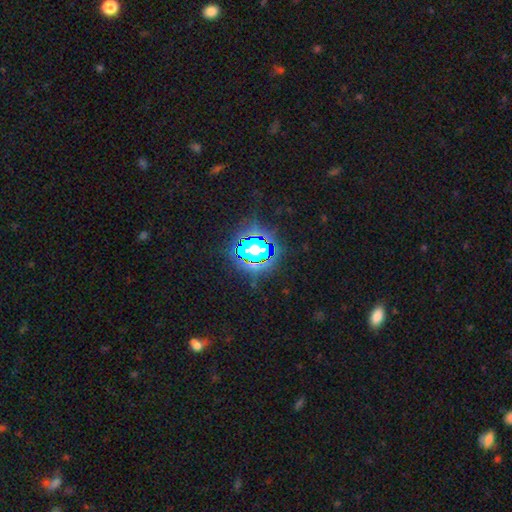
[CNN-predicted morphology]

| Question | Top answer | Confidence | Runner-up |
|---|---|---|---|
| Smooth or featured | star or artifact | 78% | smooth (14%) |